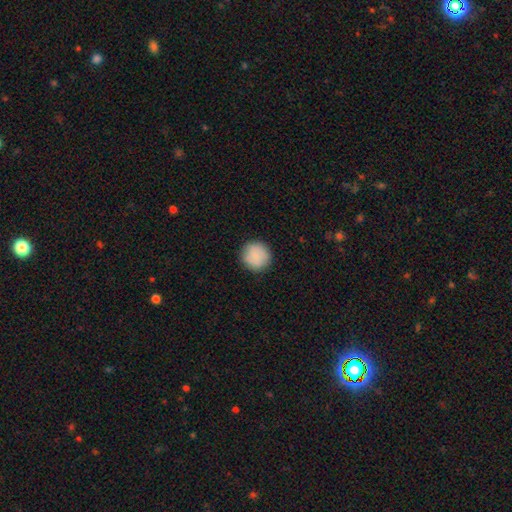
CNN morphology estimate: Q: Smooth or featured?
A: smooth (87%); runner-up: star or artifact (6%)
Q: How rounded?
A: round (95%); runner-up: in between (4%)
Q: Merging?
A: none (90%); runner-up: minor disturbance (7%)